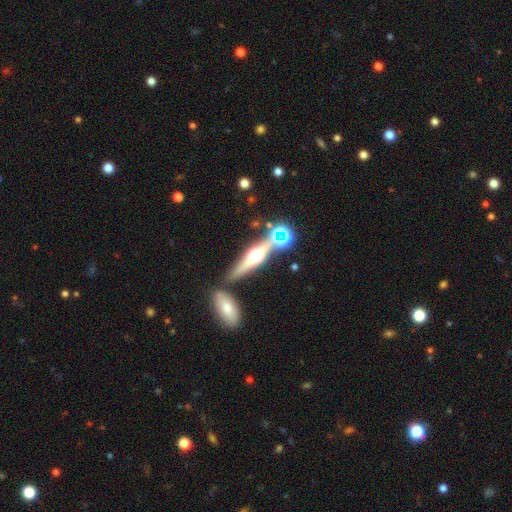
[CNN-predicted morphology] Smooth or featured?
  - featured or disk: 69% *
  - smooth: 21%
  - star or artifact: 10%
Edge-on disk?
  - yes: 95% *
  - no: 5%
Edge-on bulge?
  - rounded: 93% *
  - boxy: 5%
  - none: 2%
Merging?
  - none: 74% *
  - merger: 13%
  - minor disturbance: 10%
  - major disturbance: 3%